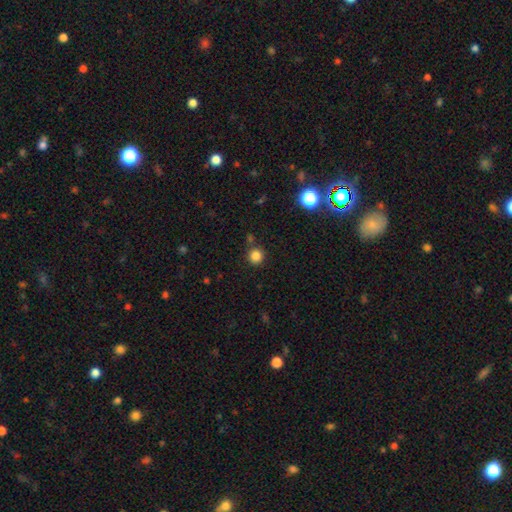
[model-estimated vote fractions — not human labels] Smooth or featured?
  - smooth: 83% *
  - star or artifact: 13%
  - featured or disk: 4%
How rounded?
  - round: 92% *
  - in between: 7%
  - cigar-shaped: 1%
Merging?
  - none: 81% *
  - minor disturbance: 9%
  - merger: 7%
  - major disturbance: 3%